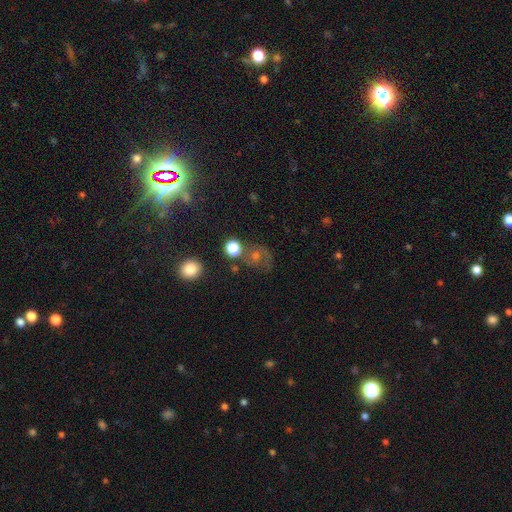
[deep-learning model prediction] This appears to be a featured or disk galaxy (34%). Merging: none (59%).